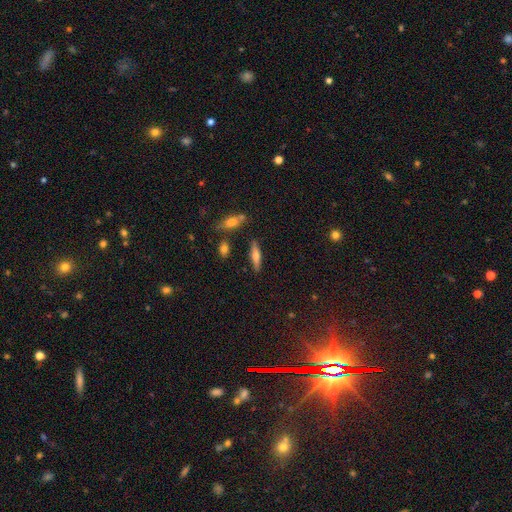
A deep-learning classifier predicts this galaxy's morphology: Q: Smooth or featured?
A: smooth (49%); runner-up: featured or disk (44%)
Q: Merging?
A: none (83%); runner-up: minor disturbance (10%)